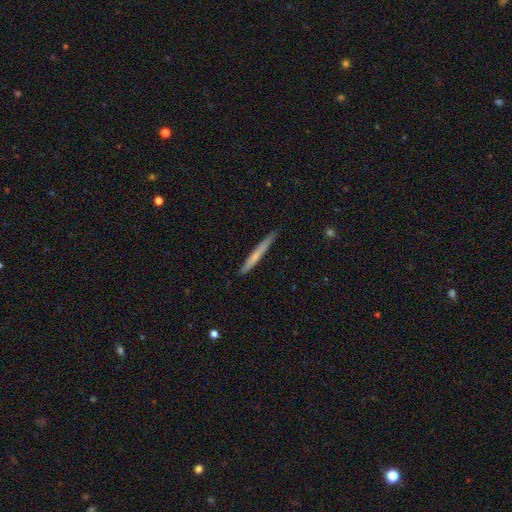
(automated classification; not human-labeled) The model was most divided on "smooth or featured": smooth: 57%, featured or disk: 38%, star or artifact: 6%. More confident: how rounded — cigar-shaped (97%); merging — none (87%).